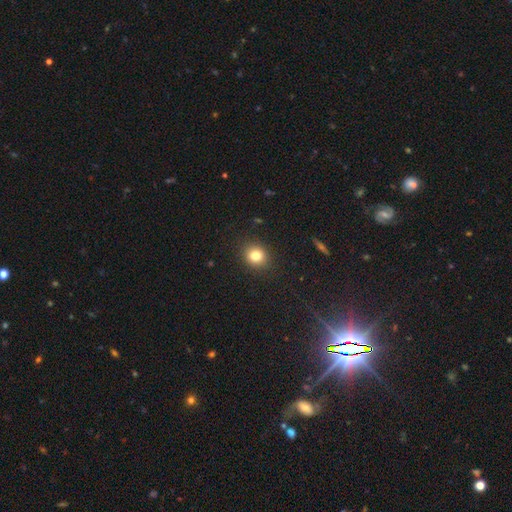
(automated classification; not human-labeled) Q: Smooth or featured?
A: smooth (82%); runner-up: star or artifact (12%)
Q: How rounded?
A: round (78%); runner-up: in between (21%)
Q: Merging?
A: none (90%); runner-up: minor disturbance (7%)